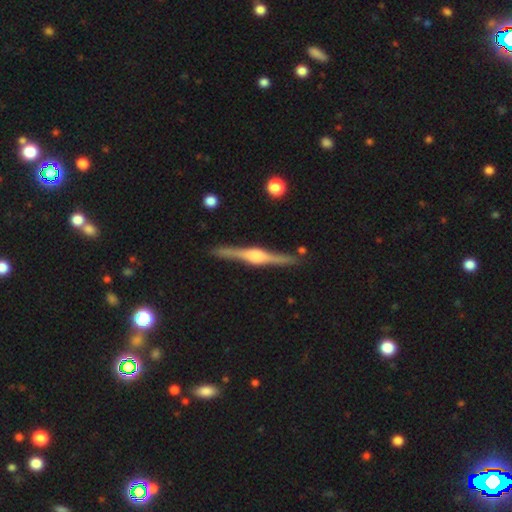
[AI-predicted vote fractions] Smooth or featured? Predicted: featured or disk (p=0.87). Edge-on disk? Predicted: yes (p=0.98). Edge-on bulge? Predicted: rounded (p=0.86). Merging? Predicted: none (p=0.90).